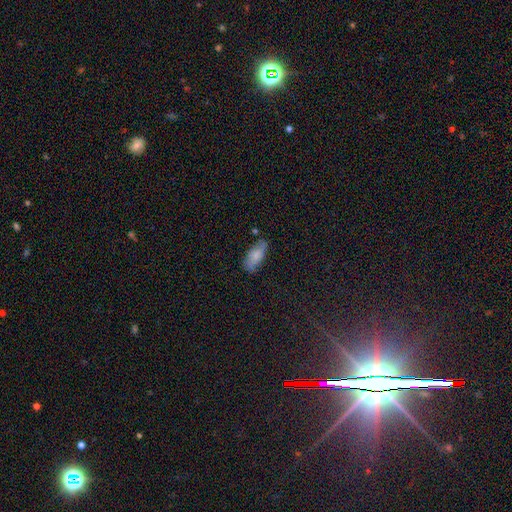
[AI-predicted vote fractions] A smooth galaxy with no disk features (78%) that is in between round and cigar-shaped (79%).

Vote fractions:
- Smooth or featured? smooth: 78% / featured or disk: 15% / star or artifact: 7%
- How rounded? in between: 79% / cigar-shaped: 19% / round: 2%
- Merging? none: 72% / minor disturbance: 21% / major disturbance: 4% / merger: 3%